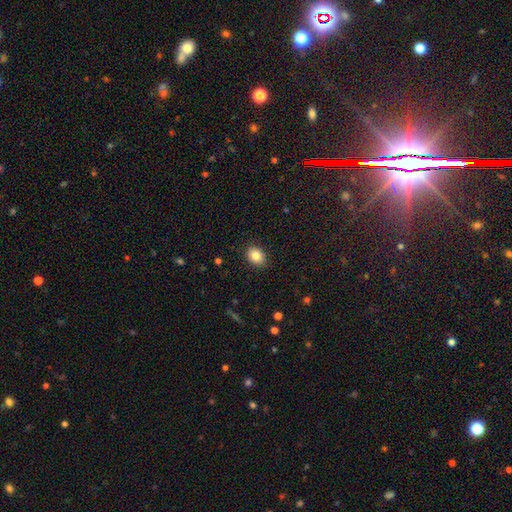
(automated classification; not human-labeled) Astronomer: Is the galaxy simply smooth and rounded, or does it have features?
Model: smooth — 84%.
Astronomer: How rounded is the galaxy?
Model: in between — 66%.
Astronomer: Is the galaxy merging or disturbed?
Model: none — 88%.